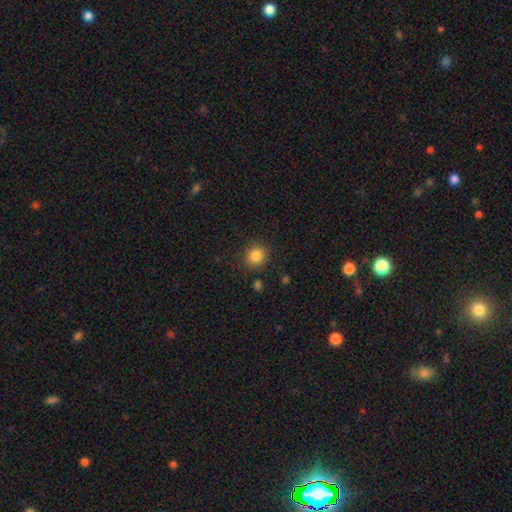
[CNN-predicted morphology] Smooth or featured? Predicted: smooth (p=0.84). How rounded? Predicted: round (p=0.80). Merging? Predicted: none (p=0.85).